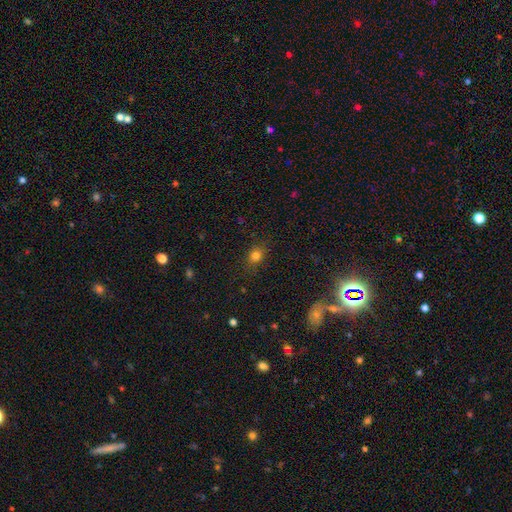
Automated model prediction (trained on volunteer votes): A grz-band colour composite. It shows a smooth galaxy with no disk features (78%) that is round (55%). Merging: none (82%).